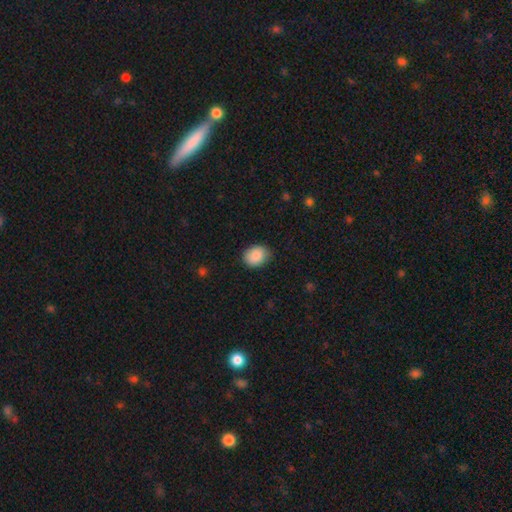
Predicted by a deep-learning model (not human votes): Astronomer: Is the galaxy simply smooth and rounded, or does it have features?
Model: smooth — 89%.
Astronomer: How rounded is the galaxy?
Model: in between — 54% (runner-up: round, 45%).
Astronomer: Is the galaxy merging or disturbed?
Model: none — 82%.